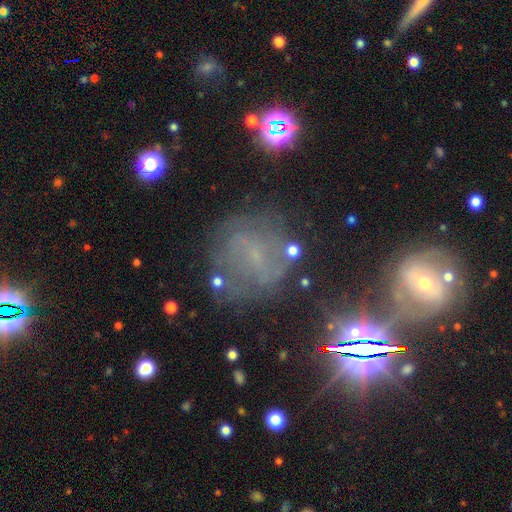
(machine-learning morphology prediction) A featured or disk galaxy (39%).

Vote fractions:
- Smooth or featured? featured or disk: 39% / star or artifact: 34% / smooth: 27%
- Merging? none: 67% / minor disturbance: 17% / major disturbance: 11% / merger: 5%